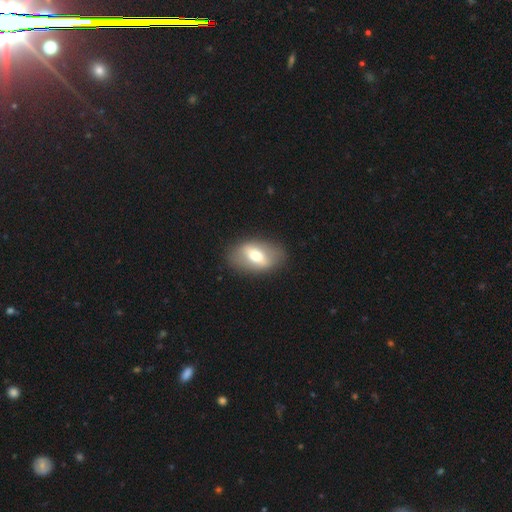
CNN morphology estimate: Smooth or featured: smooth — 52% (featured or disk — 41%)
How rounded: in between — 86% (round — 11%)
Merging: none — 83% (minor disturbance — 12%)